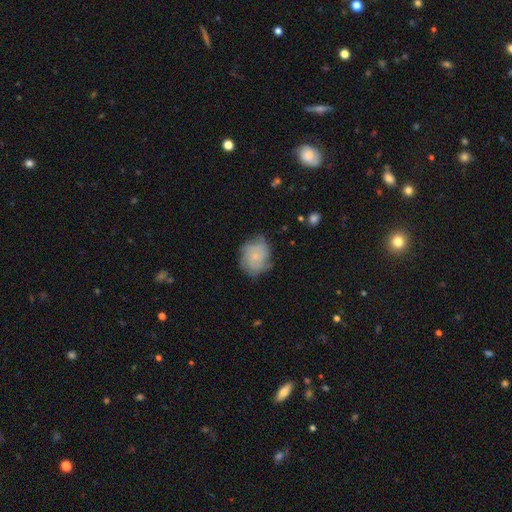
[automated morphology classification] Q: Smooth or featured?
A: featured or disk (49%); runner-up: smooth (42%)
Q: Merging?
A: none (67%); runner-up: minor disturbance (23%)